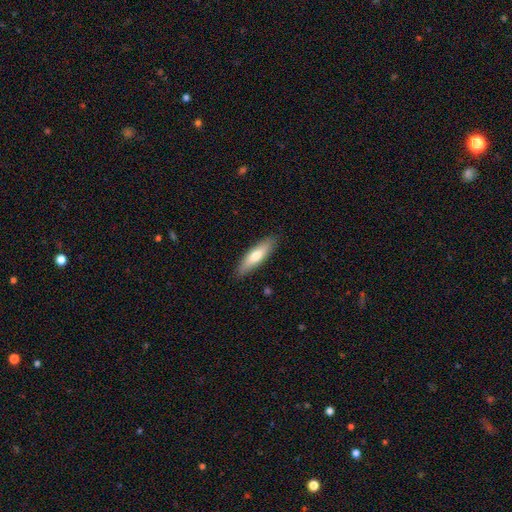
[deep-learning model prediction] The model was most divided on "how rounded": cigar-shaped: 64%, in between: 35%, round: 2%. More confident: merging — none (87%); smooth or featured — smooth (69%).